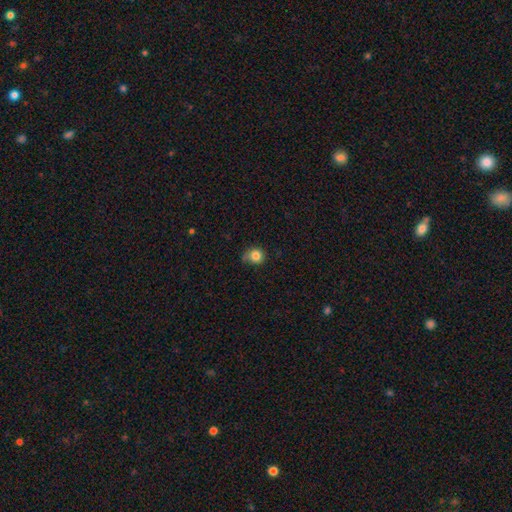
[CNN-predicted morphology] Smooth or featured?
  - smooth: 83% *
  - star or artifact: 10%
  - featured or disk: 7%
How rounded?
  - round: 81% *
  - in between: 18%
  - cigar-shaped: 1%
Merging?
  - none: 59% *
  - minor disturbance: 31%
  - major disturbance: 8%
  - merger: 3%